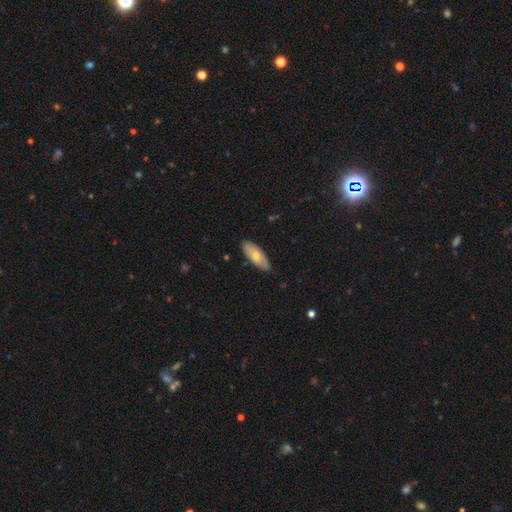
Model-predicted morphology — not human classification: Smooth or featured? smooth (70%)
How rounded? in between (76%)
Merging? none (85%)